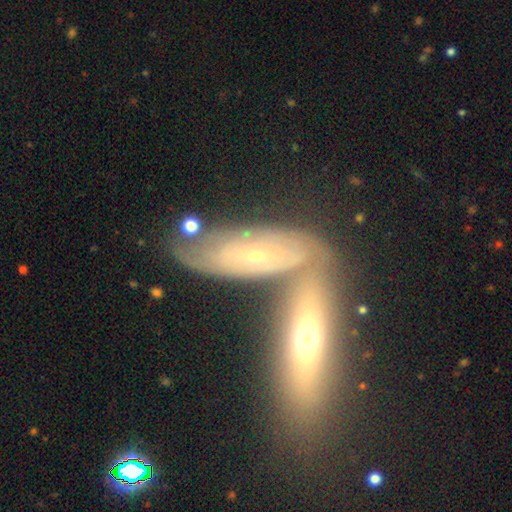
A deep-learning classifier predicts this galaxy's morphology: smooth_or_featured: featured or disk (p=0.67) [alt: smooth p=0.25]
disk_edge_on: no (p=0.73) [alt: yes p=0.27]
merging: none (p=0.48) [alt: merger p=0.30]